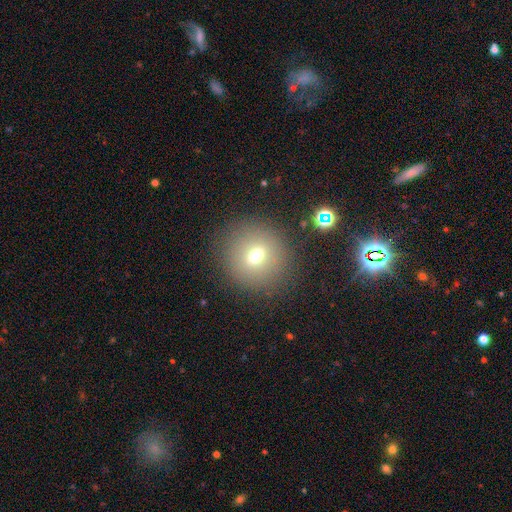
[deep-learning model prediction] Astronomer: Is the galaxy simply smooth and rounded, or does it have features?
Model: smooth — 64%.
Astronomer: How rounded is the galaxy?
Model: round — 88%.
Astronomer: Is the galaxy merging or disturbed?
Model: none — 86%.